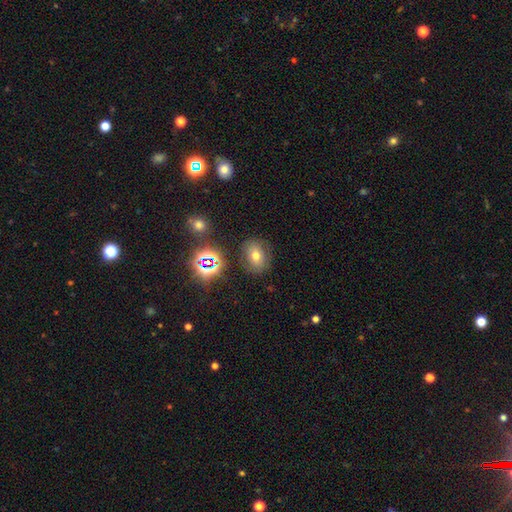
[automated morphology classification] smooth-or-featured: smooth: 63% | star or artifact: 21% | featured or disk: 16%
  how-rounded: in between: 61% | round: 38% | cigar-shaped: 1%
  merging: none: 80% | minor disturbance: 12% | major disturbance: 5% | merger: 3%